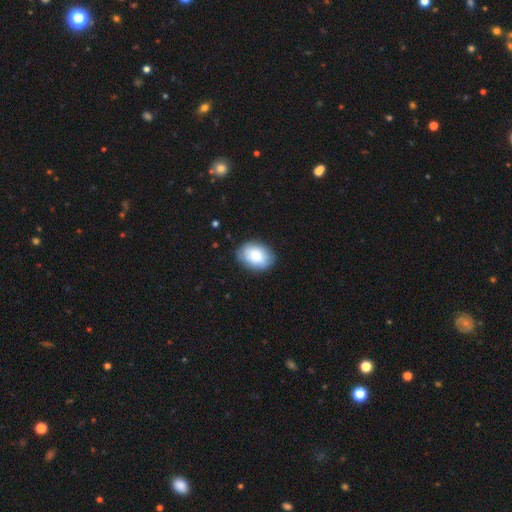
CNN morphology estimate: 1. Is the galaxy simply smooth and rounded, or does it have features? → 80% smooth, 13% featured or disk, 7% star or artifact.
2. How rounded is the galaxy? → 77% in between, 22% round, 1% cigar-shaped.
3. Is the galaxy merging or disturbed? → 84% none, 13% minor disturbance, 3% major disturbance, 1% merger.